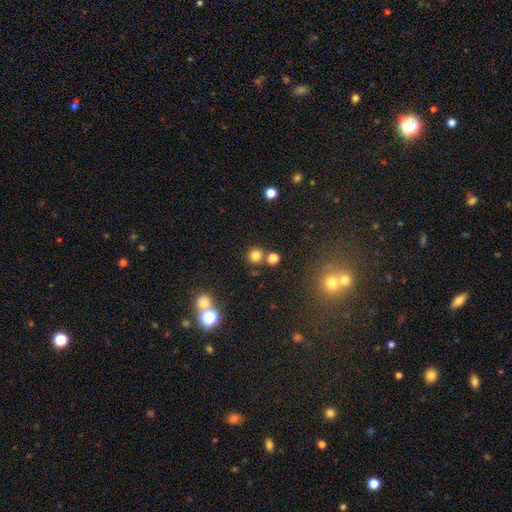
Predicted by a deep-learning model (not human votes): smooth_or_featured: smooth (p=0.77) [alt: star or artifact p=0.17]
how_rounded: round (p=0.92) [alt: in between p=0.07]
merging: none (p=0.78) [alt: merger p=0.12]